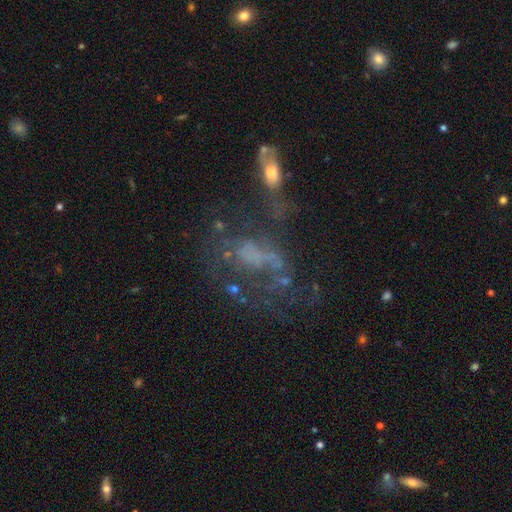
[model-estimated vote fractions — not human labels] The model was most divided on "merging": none: 36%, major disturbance: 33%, minor disturbance: 16%, merger: 15%. More confident: edge-on disk — no (94%); bar — no (80%); spiral arms — no (74%); bulge size — none (66%); smooth or featured — featured or disk (58%).